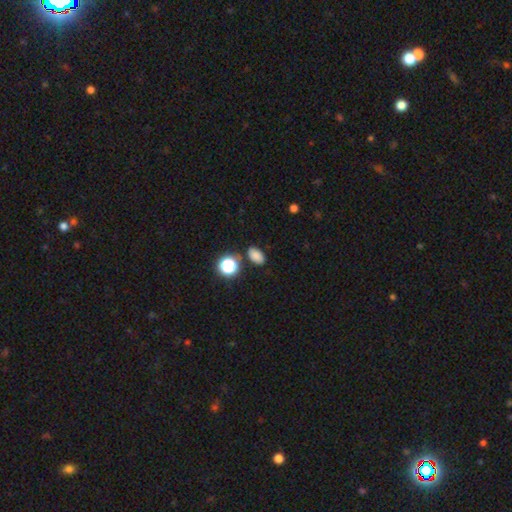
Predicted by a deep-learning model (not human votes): smooth 79%, star or artifact 16%, featured or disk 5%. Down the decision tree: how rounded — in between (84%); merging — none (80%).